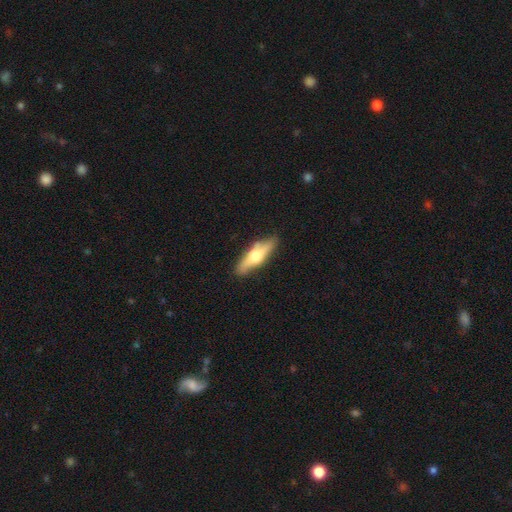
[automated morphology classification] Smooth or featured?
  - featured or disk: 53% *
  - smooth: 41%
  - star or artifact: 5%
Edge-on disk?
  - yes: 85% *
  - no: 15%
Merging?
  - none: 83% *
  - minor disturbance: 13%
  - major disturbance: 3%
  - merger: 2%